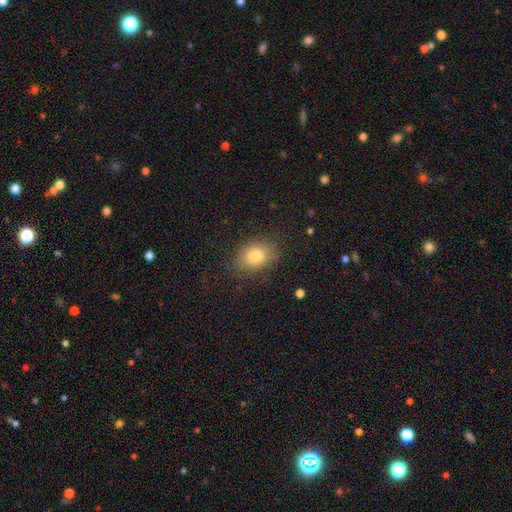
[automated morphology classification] smooth-or-featured: smooth: 81% | star or artifact: 10% | featured or disk: 10%
  how-rounded: in between: 70% | round: 29% | cigar-shaped: 1%
  merging: none: 81% | minor disturbance: 13% | major disturbance: 4% | merger: 1%